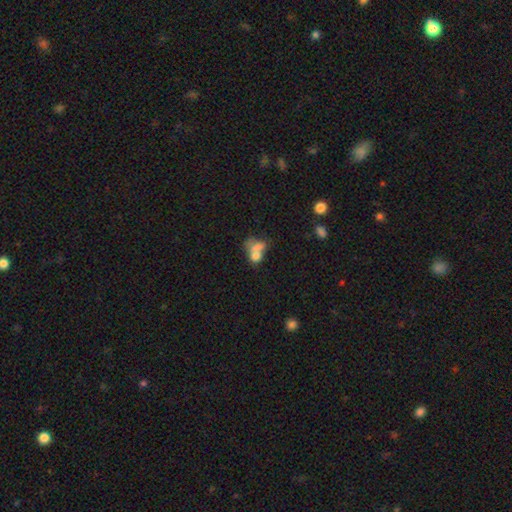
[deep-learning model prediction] This appears to be a smooth galaxy with no disk features (66%) that is in between round and cigar-shaped (61%). Merging: merger (61%).